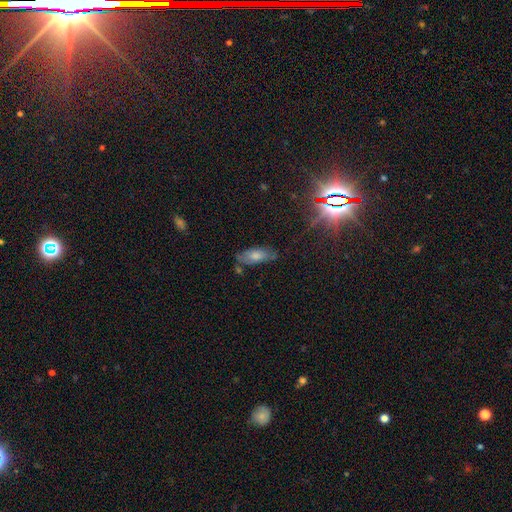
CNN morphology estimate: Overall: smooth (69%). How rounded: in between (77%). Merging: none (67%).